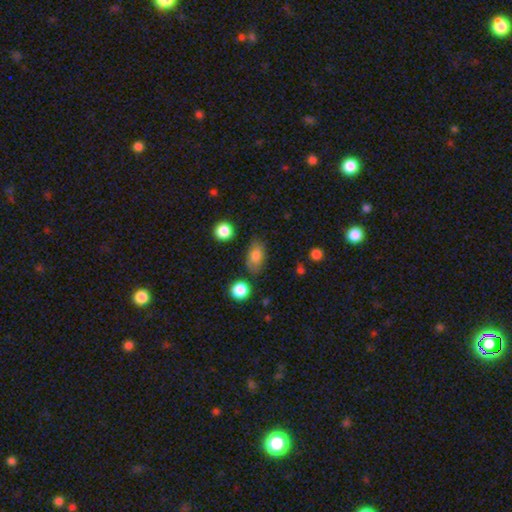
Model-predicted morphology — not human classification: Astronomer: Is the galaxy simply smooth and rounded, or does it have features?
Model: smooth — 77%.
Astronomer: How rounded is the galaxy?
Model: in between — 84%.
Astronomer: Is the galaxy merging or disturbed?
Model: none — 73%.